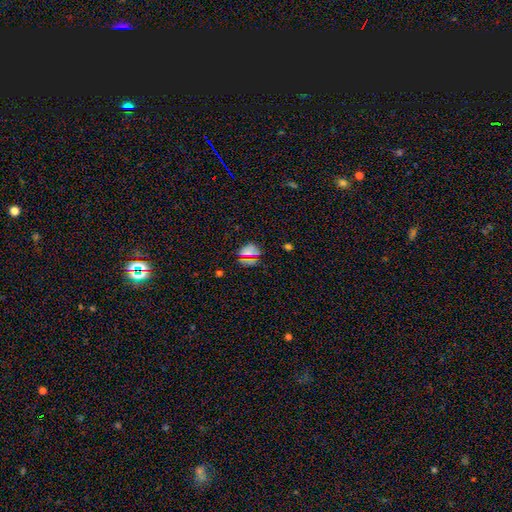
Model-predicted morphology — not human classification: This appears to be a star or artifact, not a galaxy (49%).